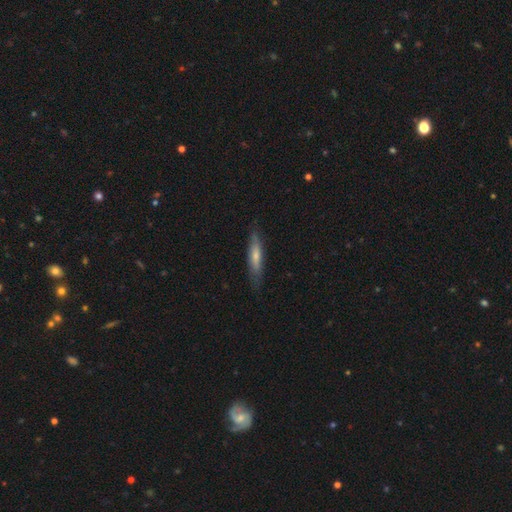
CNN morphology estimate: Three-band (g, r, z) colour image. It shows a smooth galaxy with no disk features (58%) that is cigar-shaped (80%). Merging: none (78%).